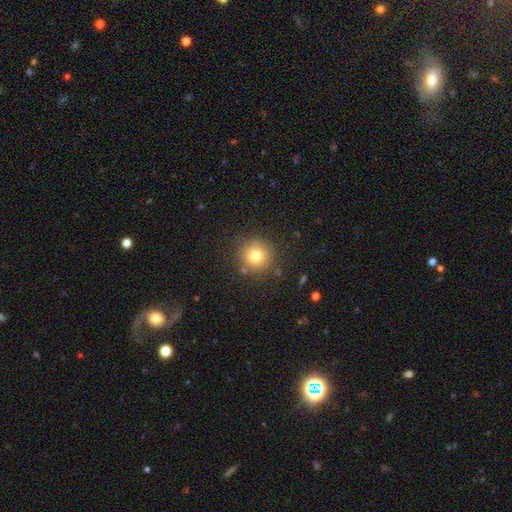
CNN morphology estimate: This appears to be a smooth galaxy with no disk features (76%) that is round (94%). Merging: none (84%).